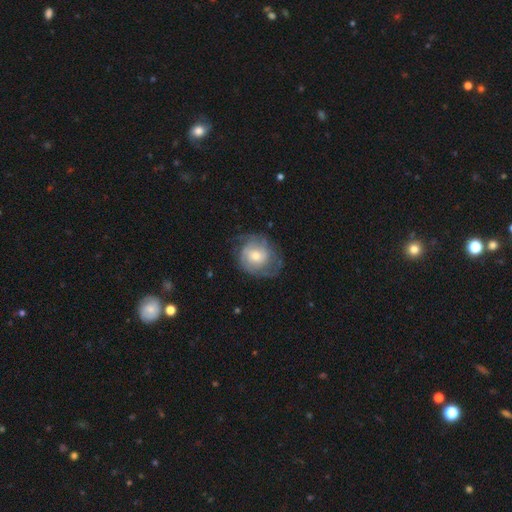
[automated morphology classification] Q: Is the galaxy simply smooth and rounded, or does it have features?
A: featured or disk — 65%.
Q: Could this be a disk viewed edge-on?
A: no — 97%.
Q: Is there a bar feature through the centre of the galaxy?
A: no — 72%.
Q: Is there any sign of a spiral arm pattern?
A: yes — 83%.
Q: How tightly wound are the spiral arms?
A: tight — 51%.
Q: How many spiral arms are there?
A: can't tell — 41%.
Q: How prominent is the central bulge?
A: moderate — 55%.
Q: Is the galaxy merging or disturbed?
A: none — 62%.